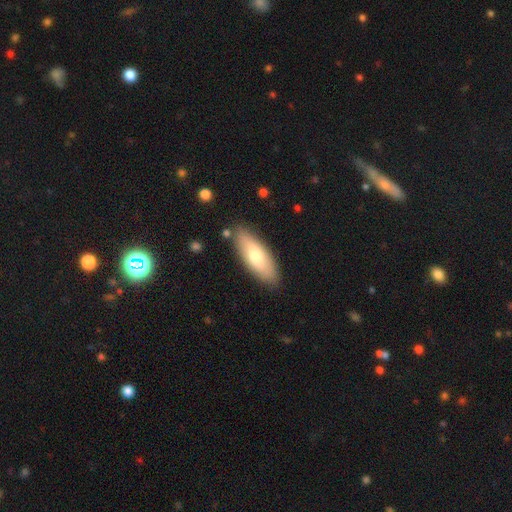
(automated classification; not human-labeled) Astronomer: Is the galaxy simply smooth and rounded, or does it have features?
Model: smooth — 70%.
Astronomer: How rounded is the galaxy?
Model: in between — 69%.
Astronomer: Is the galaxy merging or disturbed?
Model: none — 84%.